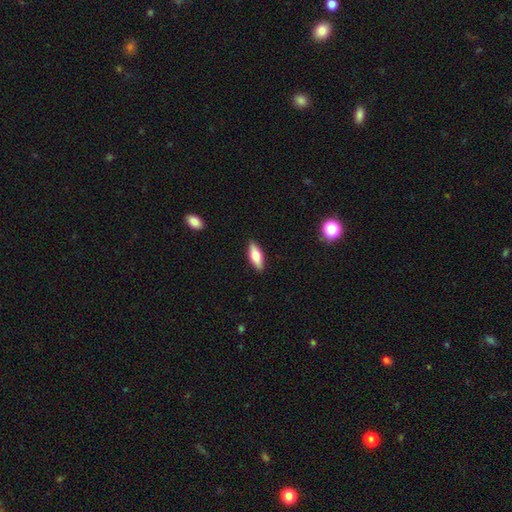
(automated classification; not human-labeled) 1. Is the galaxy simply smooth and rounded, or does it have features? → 68% smooth, 26% featured or disk, 6% star or artifact.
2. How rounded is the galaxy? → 65% in between, 33% cigar-shaped, 2% round.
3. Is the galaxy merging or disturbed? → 89% none, 8% minor disturbance, 2% major disturbance, 1% merger.